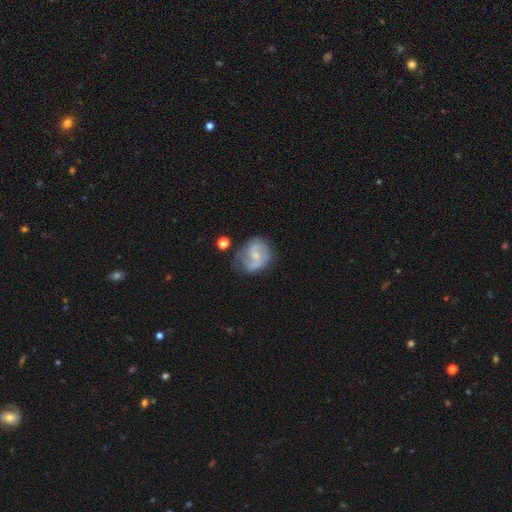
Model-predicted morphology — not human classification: Q: Smooth or featured?
A: featured or disk (69%); runner-up: smooth (24%)
Q: Edge-on disk?
A: no (98%); runner-up: yes (2%)
Q: Bar?
A: no (54%); runner-up: weak (38%)
Q: Spiral arms?
A: yes (85%); runner-up: no (15%)
Q: Spiral winding?
A: medium (47%); runner-up: loose (29%)
Q: Spiral arm count?
A: 2 (65%); runner-up: can't tell (17%)
Q: Bulge size?
A: small (61%); runner-up: moderate (31%)
Q: Merging?
A: none (53%); runner-up: minor disturbance (27%)